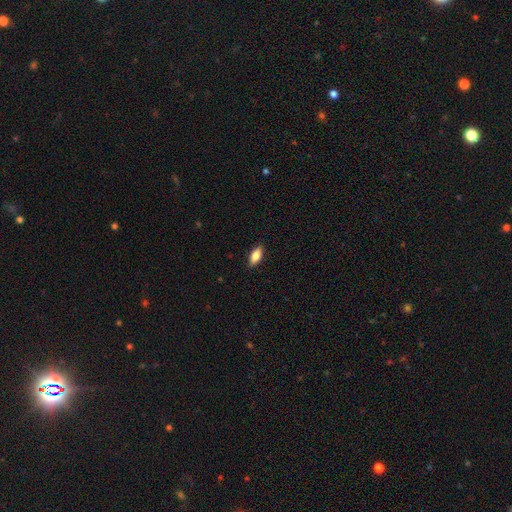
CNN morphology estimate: A smooth galaxy with no disk features (82%) that is in between round and cigar-shaped (84%). Merging: none (87%).